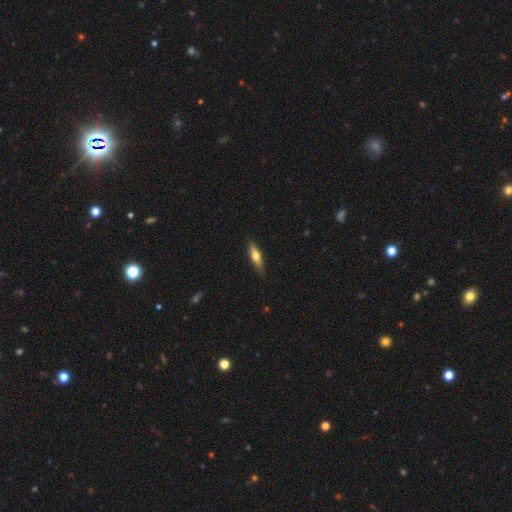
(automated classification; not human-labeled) smooth-or-featured: smooth: 49% | featured or disk: 45% | star or artifact: 6%
  merging: none: 89% | minor disturbance: 8% | major disturbance: 2% | merger: 1%